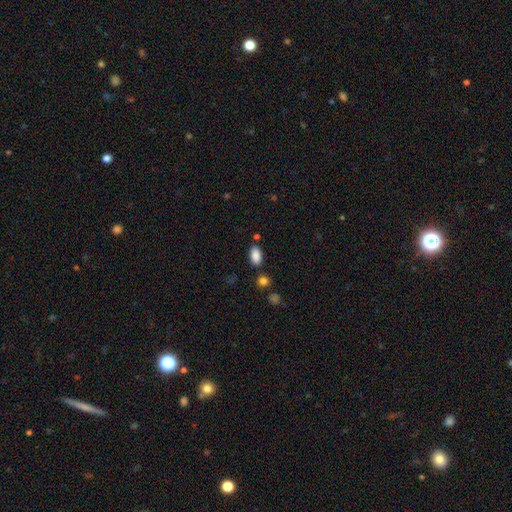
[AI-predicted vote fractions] The model was most divided on "merging": none: 81%, minor disturbance: 11%, merger: 5%, major disturbance: 3%. More confident: how rounded — in between (92%); smooth or featured — smooth (88%).